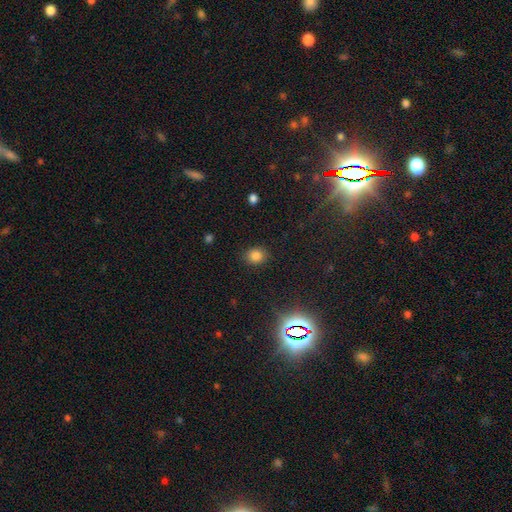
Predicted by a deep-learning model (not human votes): smooth-or-featured: smooth: 81% | star or artifact: 14% | featured or disk: 5%
  how-rounded: round: 62% | in between: 37% | cigar-shaped: 1%
  merging: none: 86% | minor disturbance: 9% | major disturbance: 3% | merger: 1%